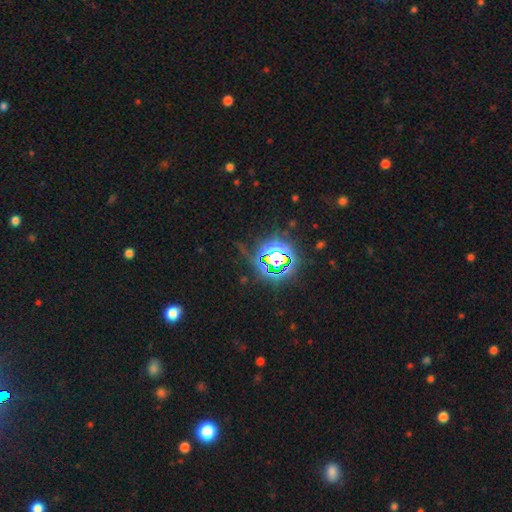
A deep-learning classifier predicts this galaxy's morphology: Smooth or featured? Predicted: star or artifact (p=0.85).